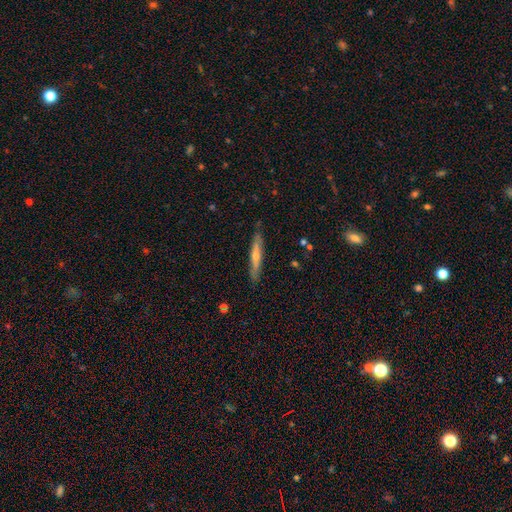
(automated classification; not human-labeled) This appears to be a featured or disk galaxy (55%) viewed edge-on (91%) with a rounded central bulge (71%). Merging: none (87%).